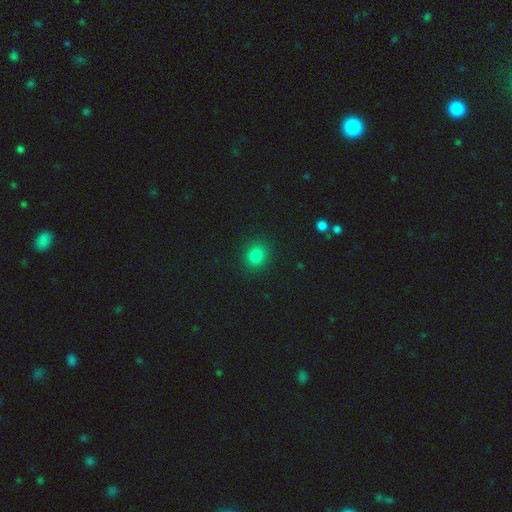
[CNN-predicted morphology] Overall: smooth (82%). How rounded: round (82%). Merging: none (89%).